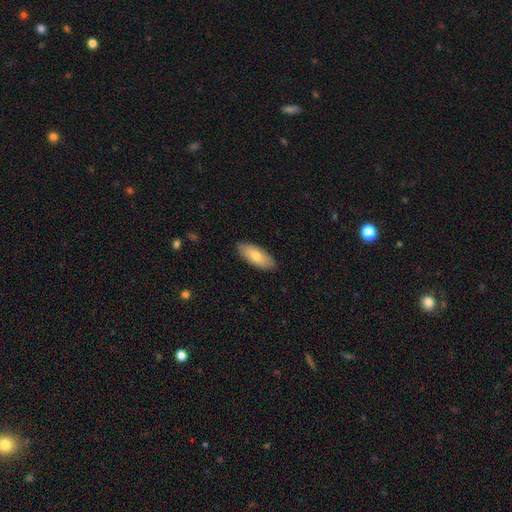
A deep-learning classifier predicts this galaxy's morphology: The model was most divided on "smooth or featured": smooth: 74%, featured or disk: 20%, star or artifact: 6%. More confident: merging — none (89%); how rounded — in between (82%).